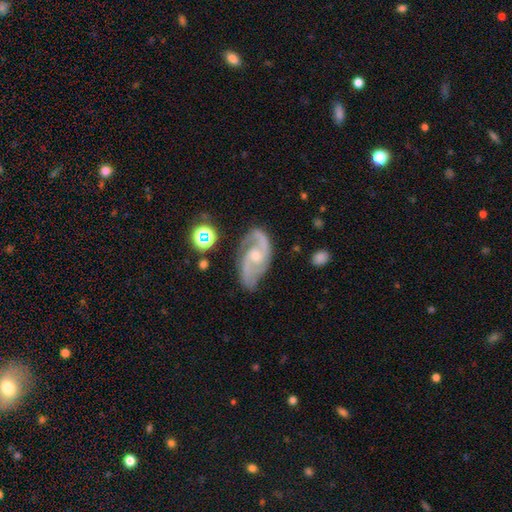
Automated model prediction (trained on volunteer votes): Overall: featured or disk (89%). Edge-on disk: no (97%). Bar: no (54%; weak 37%). Spiral arms: yes (98%). Spiral arm count: 2 (88%). Spiral winding: medium (57%; tight 24%). Bulge size: small (53%; moderate 43%). Merging: none (71%).